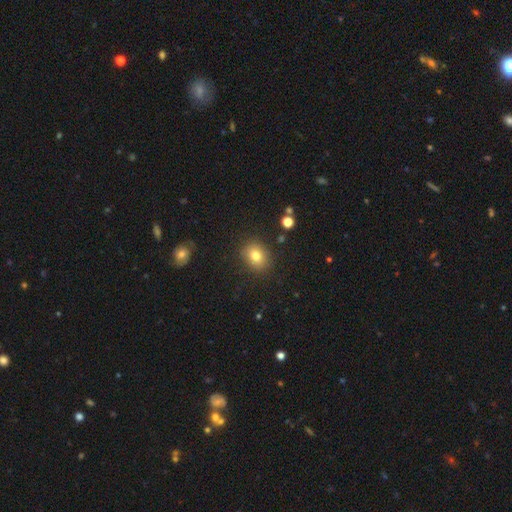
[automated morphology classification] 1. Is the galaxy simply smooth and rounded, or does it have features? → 79% smooth, 11% star or artifact, 9% featured or disk.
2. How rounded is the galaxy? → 56% round, 43% in between, 1% cigar-shaped.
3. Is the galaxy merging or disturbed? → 86% none, 9% minor disturbance, 3% major disturbance, 2% merger.